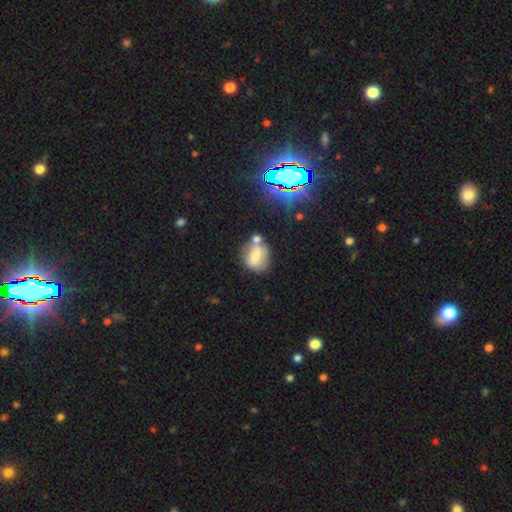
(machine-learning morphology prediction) A smooth galaxy with no disk features (63%) that is in between round and cigar-shaped (53%).

Vote fractions:
- Smooth or featured? smooth: 63% / featured or disk: 23% / star or artifact: 13%
- How rounded? in between: 53% / round: 45% / cigar-shaped: 2%
- Merging? none: 42% / merger: 29% / minor disturbance: 21% / major disturbance: 8%